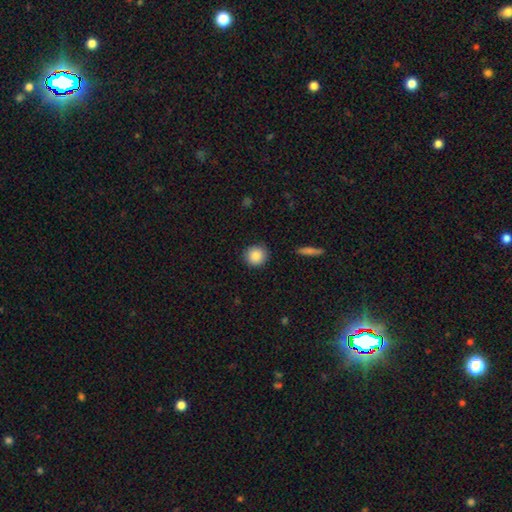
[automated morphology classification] This is clearly a smooth galaxy (88%). How rounded: clearly round (91%). Merging: clearly none (89%).